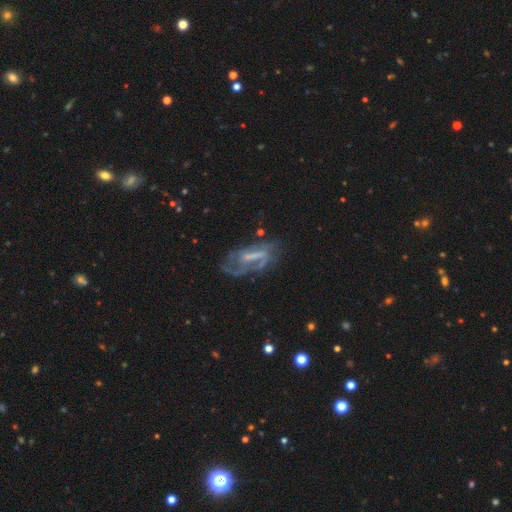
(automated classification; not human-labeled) This appears to be a featured or disk galaxy (71%) with a weak bar (38%), spiral arms (75%) and no central bulge (40%). Merging: none (50%).